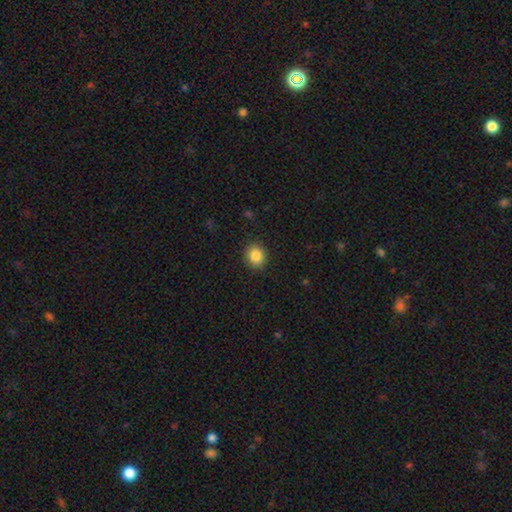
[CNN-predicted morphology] smooth_or_featured: smooth (p=0.85) [alt: star or artifact p=0.10]
how_rounded: round (p=0.85) [alt: in between p=0.14]
merging: none (p=0.91) [alt: minor disturbance p=0.06]